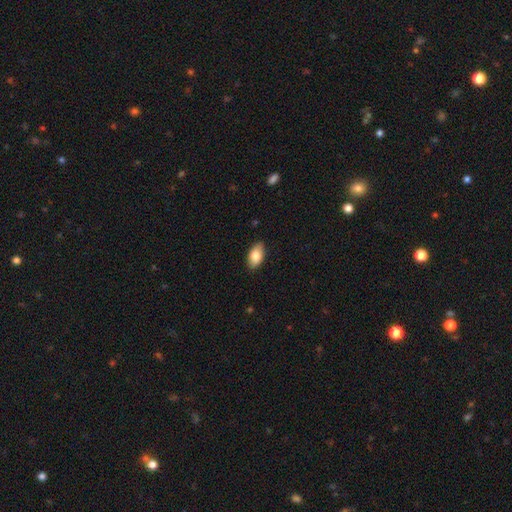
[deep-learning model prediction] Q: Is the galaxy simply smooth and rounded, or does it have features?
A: smooth — 84%.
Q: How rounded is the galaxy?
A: in between — 94%.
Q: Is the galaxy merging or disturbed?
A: none — 87%.